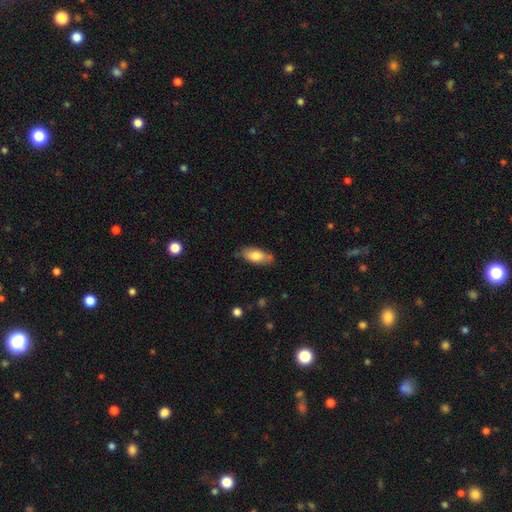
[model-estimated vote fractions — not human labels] A smooth galaxy with no disk features (77%) that is in between round and cigar-shaped (84%). Merging: none (69%).